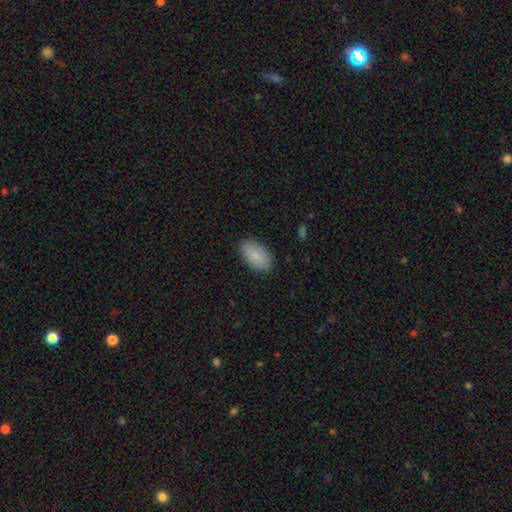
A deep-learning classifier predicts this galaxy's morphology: Smooth or featured? smooth (84%)
How rounded? in between (94%)
Merging? none (87%)